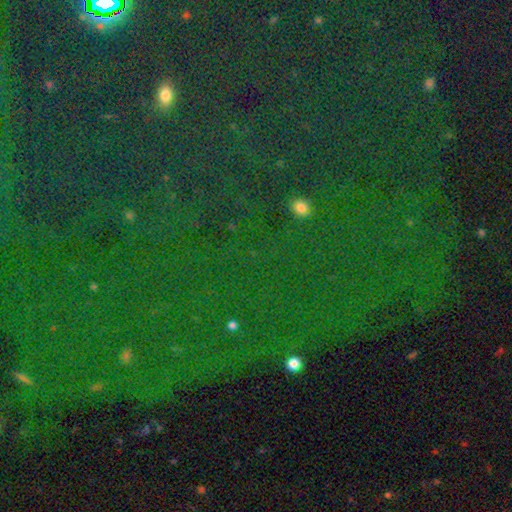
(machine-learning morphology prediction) This is clearly a star or artifact rather than a galaxy (81%).